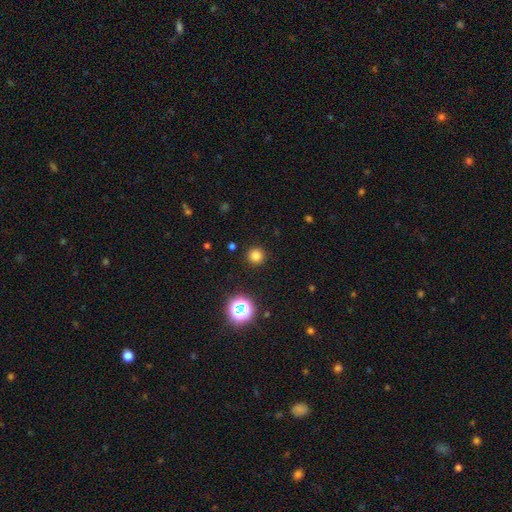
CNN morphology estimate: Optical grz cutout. It shows a smooth galaxy with no disk features (78%) that is round (95%). Merging: none (91%).